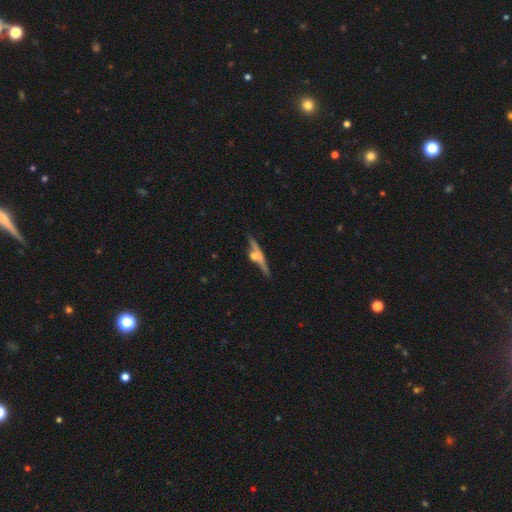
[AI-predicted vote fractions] A featured or disk galaxy (61%) viewed edge-on (89%) with a rounded central bulge (72%).

Vote fractions:
- Smooth or featured? featured or disk: 61% / smooth: 30% / star or artifact: 8%
- Edge-on disk? yes: 89% / no: 11%
- Edge-on bulge? rounded: 72% / none: 18% / boxy: 9%
- Merging? none: 60% / merger: 18% / minor disturbance: 15% / major disturbance: 7%